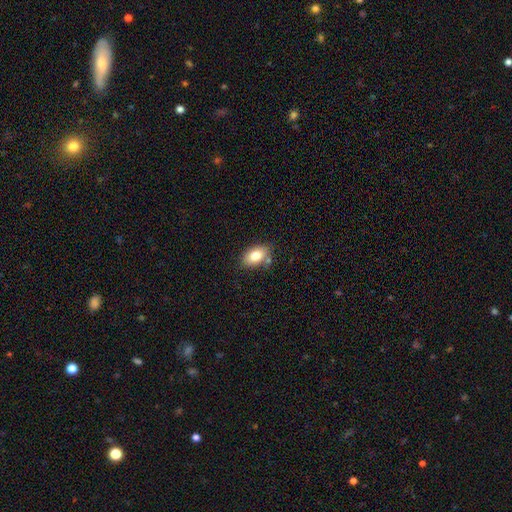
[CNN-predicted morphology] The model was most divided on "merging": none: 74%, minor disturbance: 15%, merger: 7%, major disturbance: 3%. More confident: how rounded — in between (88%); smooth or featured — smooth (79%).